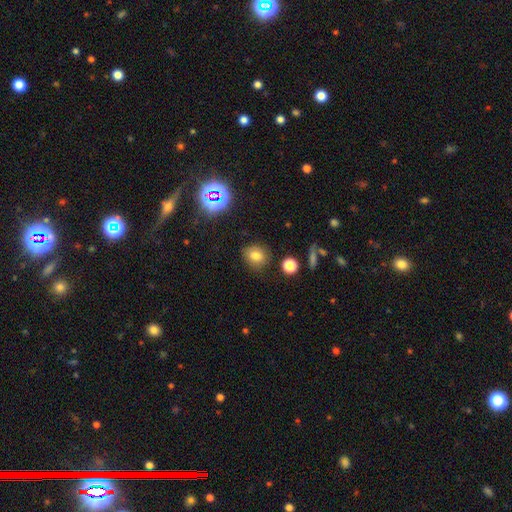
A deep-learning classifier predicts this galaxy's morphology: Q: Smooth or featured?
A: smooth (74%); runner-up: star or artifact (16%)
Q: How rounded?
A: round (68%); runner-up: in between (30%)
Q: Merging?
A: none (81%); runner-up: minor disturbance (12%)